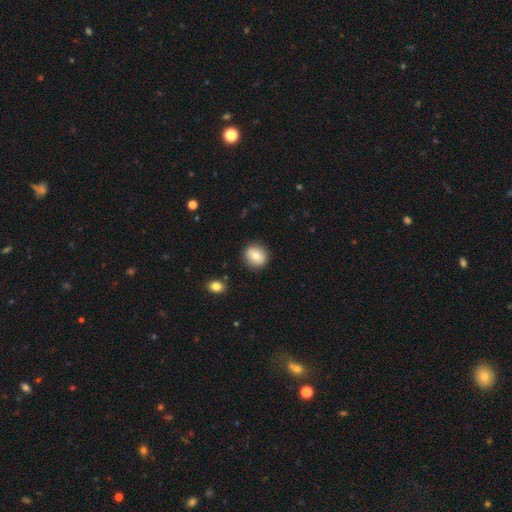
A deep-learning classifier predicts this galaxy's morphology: Smooth or featured?
  - smooth: 76% *
  - featured or disk: 16%
  - star or artifact: 8%
How rounded?
  - round: 82% *
  - in between: 17%
  - cigar-shaped: 1%
Merging?
  - none: 90% *
  - minor disturbance: 7%
  - major disturbance: 2%
  - merger: 1%